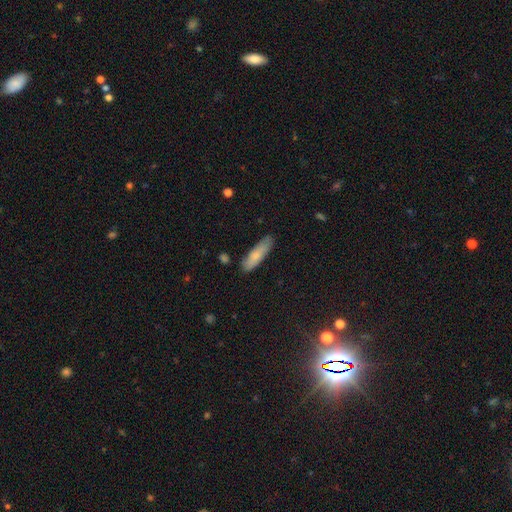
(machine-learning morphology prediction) This is likely a smooth galaxy (75%). How rounded: likely cigar-shaped (62%). Merging: likely none (79%).